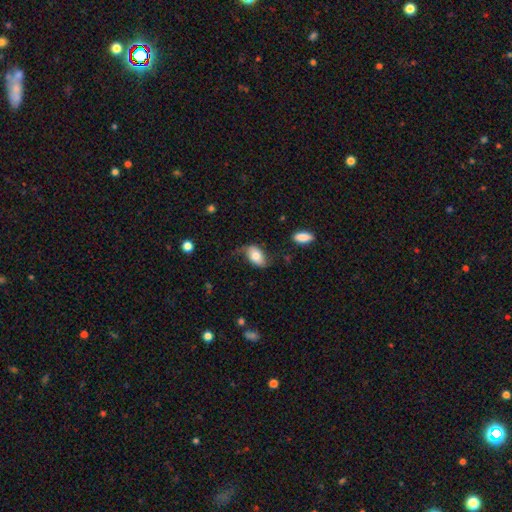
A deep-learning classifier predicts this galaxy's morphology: smooth_or_featured: smooth (p=0.65) [alt: featured or disk p=0.28]
how_rounded: in between (p=0.91) [alt: round p=0.07]
merging: none (p=0.51) [alt: minor disturbance p=0.29]